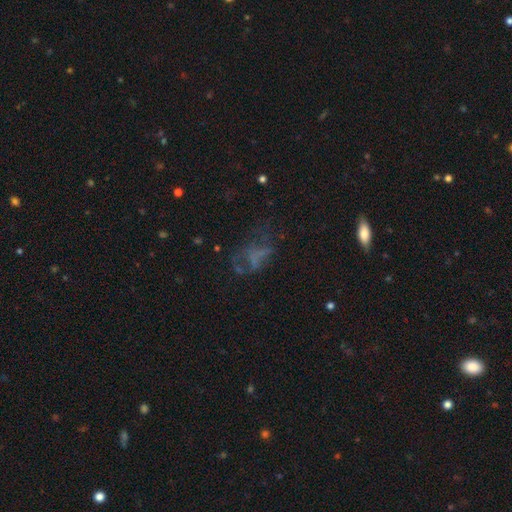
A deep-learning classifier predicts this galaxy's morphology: A featured or disk galaxy (40%). Merging: none (40%).